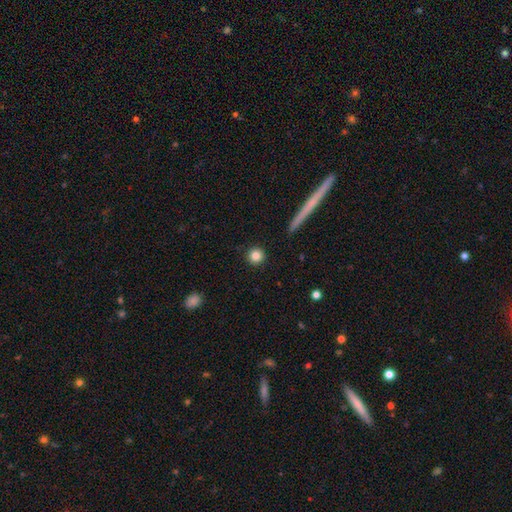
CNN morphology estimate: Smooth or featured: smooth — 84% (star or artifact — 9%)
How rounded: round — 95% (in between — 4%)
Merging: none — 92% (minor disturbance — 5%)